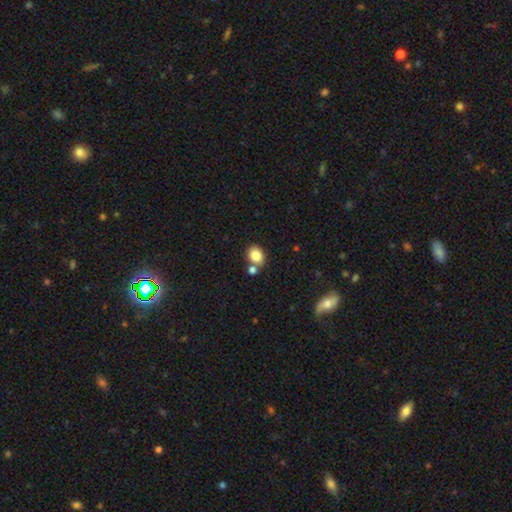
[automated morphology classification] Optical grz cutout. It shows a smooth galaxy with no disk features (84%) that is in between round and cigar-shaped (54%). Merging: none (61%).